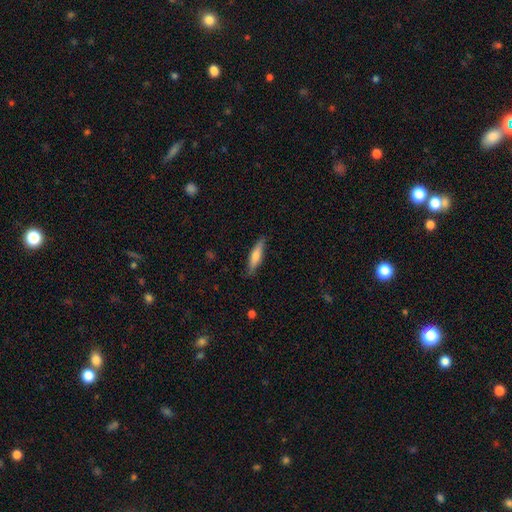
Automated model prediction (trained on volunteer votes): A smooth galaxy with no disk features (64%) that is cigar-shaped (76%). Merging: none (85%).